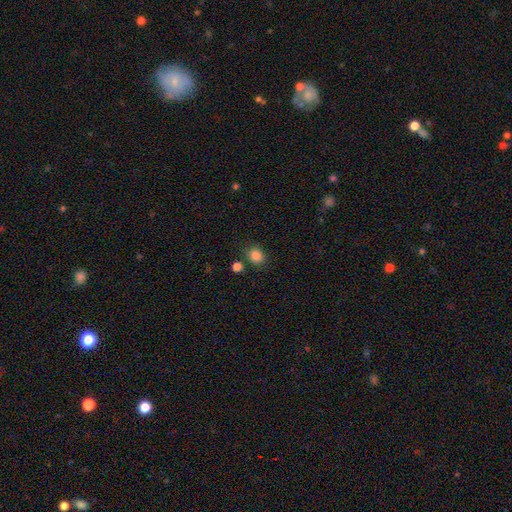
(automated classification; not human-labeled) Smooth or featured? Predicted: smooth (p=0.85). How rounded? Predicted: round (p=0.67). Merging? Predicted: none (p=0.78).